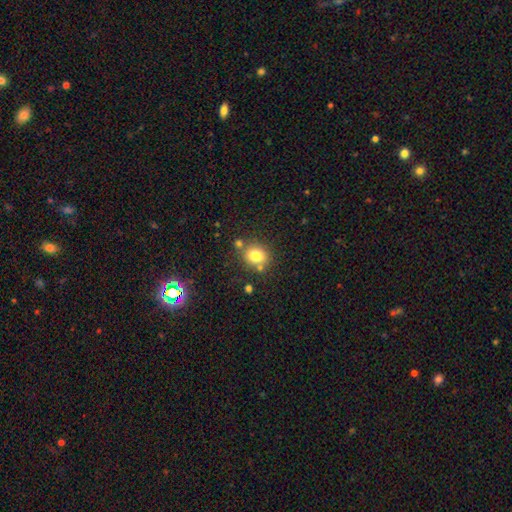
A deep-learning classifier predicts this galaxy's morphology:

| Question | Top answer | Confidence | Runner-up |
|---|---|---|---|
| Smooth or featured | smooth | 78% | star or artifact (12%) |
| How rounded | round | 70% | in between (29%) |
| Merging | none | 70% | merger (14%) |